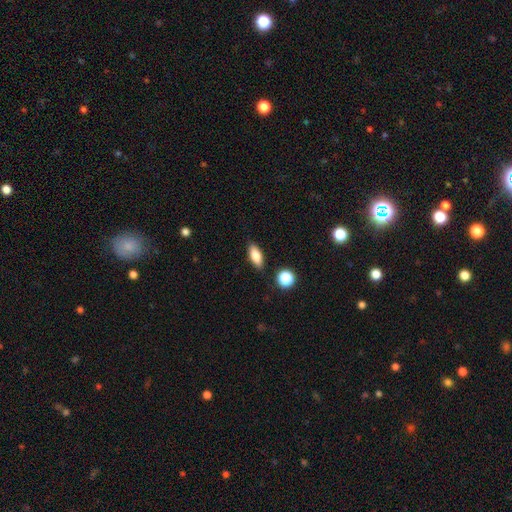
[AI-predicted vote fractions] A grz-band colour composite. It shows a smooth galaxy with no disk features (80%) that is in between round and cigar-shaped (79%). Merging: none (86%).